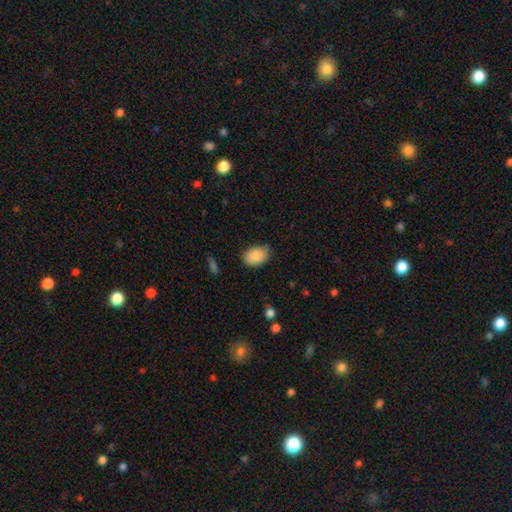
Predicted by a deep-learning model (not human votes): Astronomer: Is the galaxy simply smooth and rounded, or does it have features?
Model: smooth — 88%.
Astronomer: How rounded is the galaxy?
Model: in between — 81%.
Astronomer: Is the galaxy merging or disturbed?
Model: none — 73%.